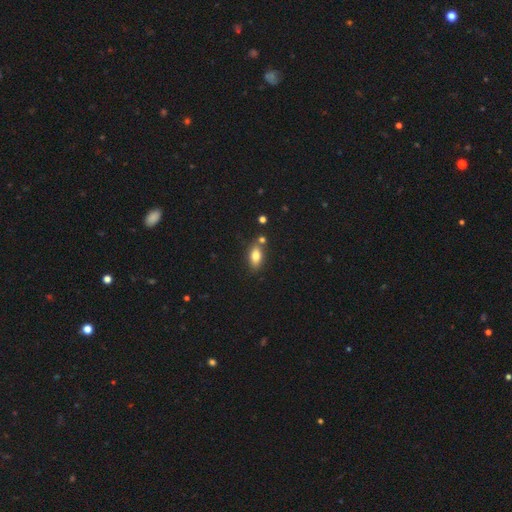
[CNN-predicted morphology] This is likely a smooth galaxy (79%). How rounded: clearly in between (85%). Merging: likely none (73%).